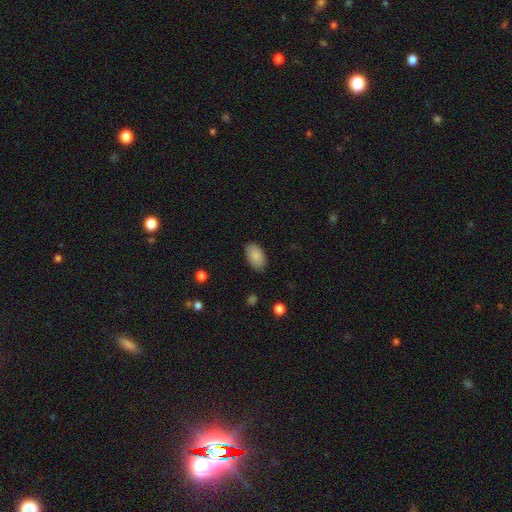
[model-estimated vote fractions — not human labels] smooth_or_featured: smooth (p=0.88) [alt: star or artifact p=0.07]
how_rounded: in between (p=0.94) [alt: round p=0.04]
merging: none (p=0.85) [alt: minor disturbance p=0.11]